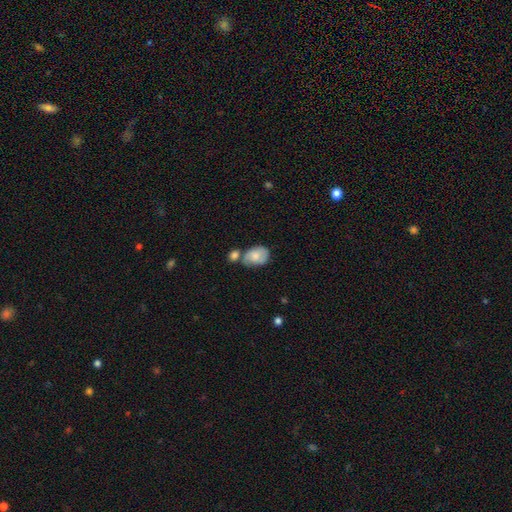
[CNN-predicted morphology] Q: Smooth or featured?
A: smooth (65%); runner-up: featured or disk (27%)
Q: How rounded?
A: in between (75%); runner-up: round (24%)
Q: Merging?
A: none (38%); runner-up: merger (33%)